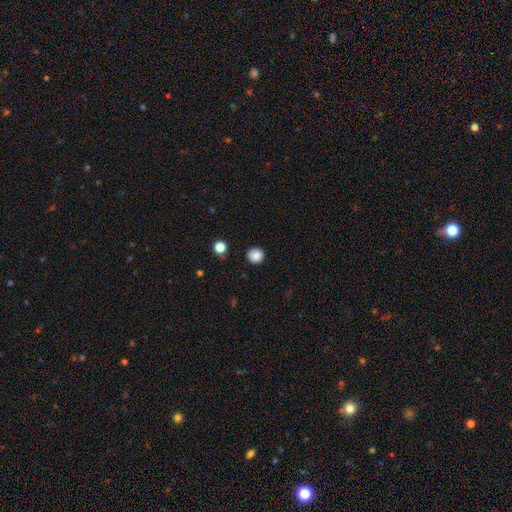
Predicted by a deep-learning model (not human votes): Q: Smooth or featured?
A: smooth (86%); runner-up: star or artifact (10%)
Q: How rounded?
A: round (92%); runner-up: in between (7%)
Q: Merging?
A: none (90%); runner-up: minor disturbance (7%)